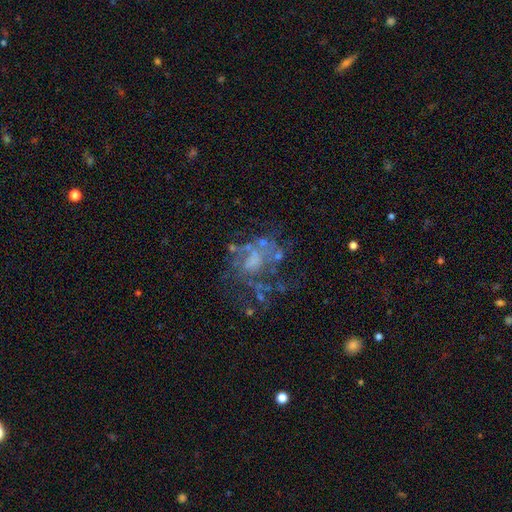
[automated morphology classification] Overall: featured or disk (65%). Edge-on disk: no (97%). Bar: no (77%). Spiral arms: no (58%; yes 42%). Bulge size: none (43%; moderate 28%). Merging: none (45%; major disturbance 29%).